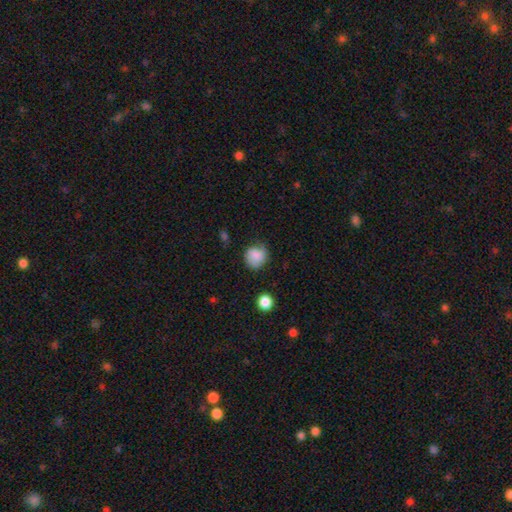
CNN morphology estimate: Overall: smooth (80%). How rounded: round (82%). Merging: none (64%; minor disturbance 26%).